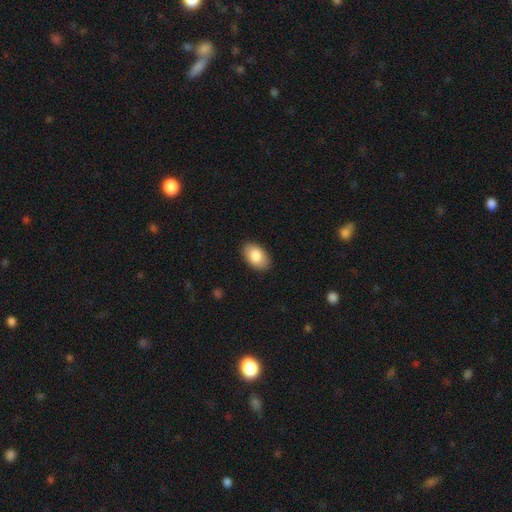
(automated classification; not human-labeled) Smooth or featured?
  - smooth: 85% *
  - featured or disk: 9%
  - star or artifact: 6%
How rounded?
  - in between: 92% *
  - round: 6%
  - cigar-shaped: 1%
Merging?
  - none: 89% *
  - minor disturbance: 9%
  - major disturbance: 2%
  - merger: 1%